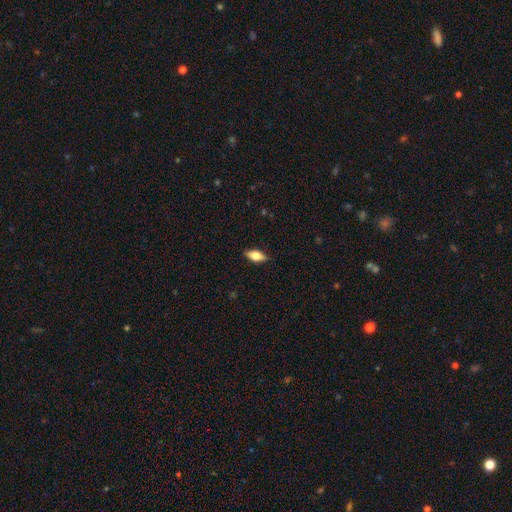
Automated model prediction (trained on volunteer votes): Smooth or featured? Predicted: smooth (p=0.68). How rounded? Predicted: in between (p=0.82). Merging? Predicted: none (p=0.87).